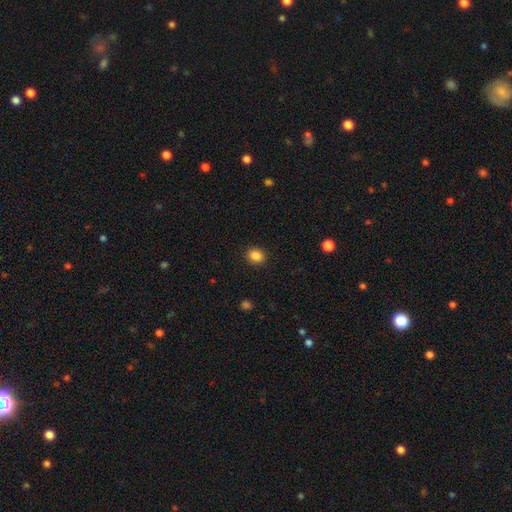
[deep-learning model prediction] Morphology: type=smooth (87%); roundness=round (72%); merging=none (91%).